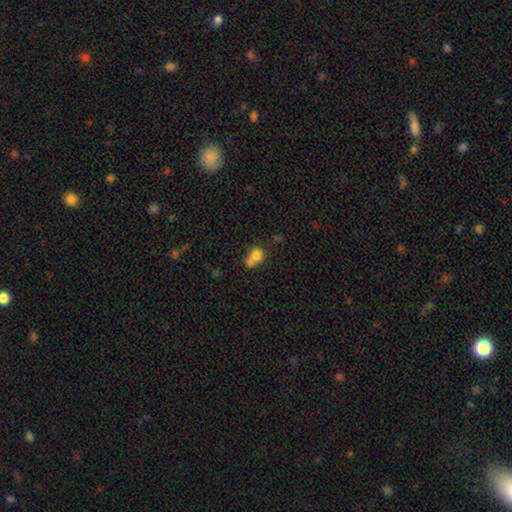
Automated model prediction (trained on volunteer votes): A smooth galaxy with no disk features (75%) that is round (66%). Merging: merger (53%).